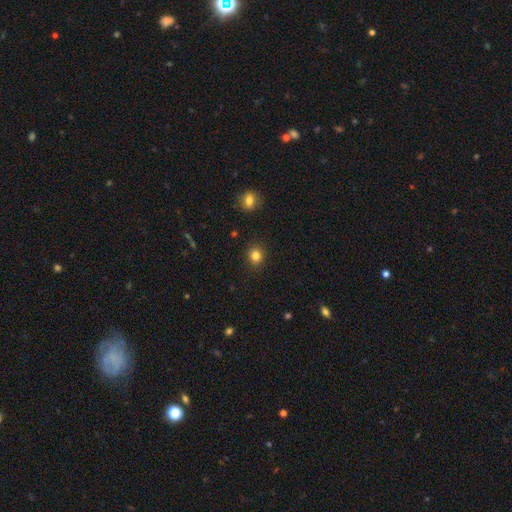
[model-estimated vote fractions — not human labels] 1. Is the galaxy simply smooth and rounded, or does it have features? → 83% smooth, 13% star or artifact, 5% featured or disk.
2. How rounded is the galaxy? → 86% round, 13% in between, 1% cigar-shaped.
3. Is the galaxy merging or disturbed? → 90% none, 6% minor disturbance, 2% major disturbance, 1% merger.